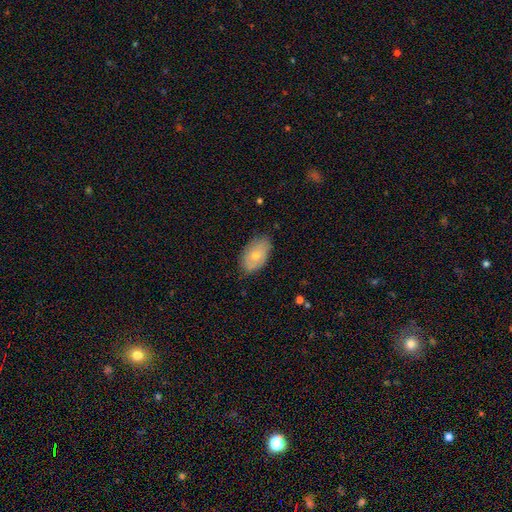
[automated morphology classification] This appears to be a smooth galaxy with no disk features (61%) that is in between round and cigar-shaped (90%). Merging: none (72%).